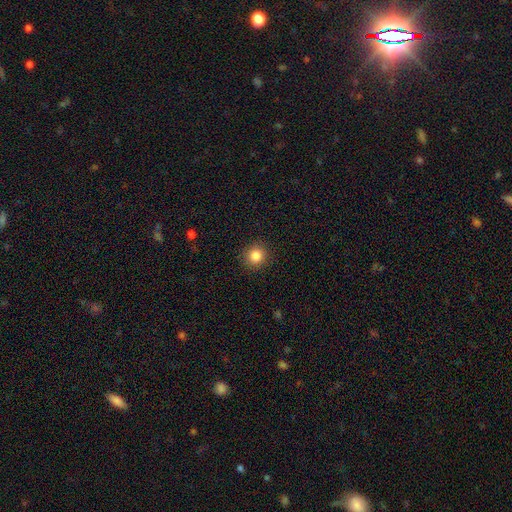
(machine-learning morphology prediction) The model was most divided on "smooth or featured": smooth: 85%, star or artifact: 11%, featured or disk: 5%. More confident: merging — none (91%); how rounded — round (91%).